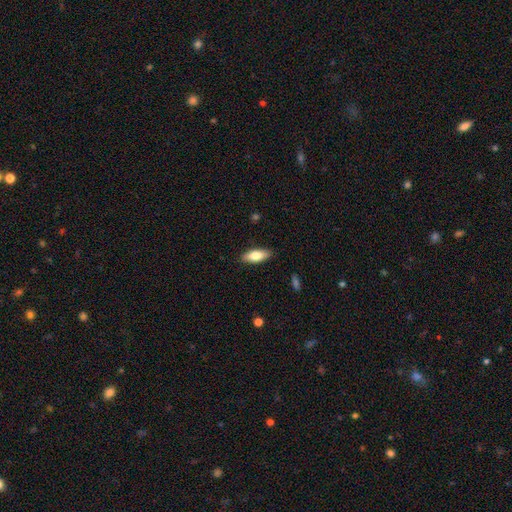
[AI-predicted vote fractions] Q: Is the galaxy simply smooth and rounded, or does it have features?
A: smooth — 77%.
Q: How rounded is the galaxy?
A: in between — 73%.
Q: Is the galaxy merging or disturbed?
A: none — 87%.